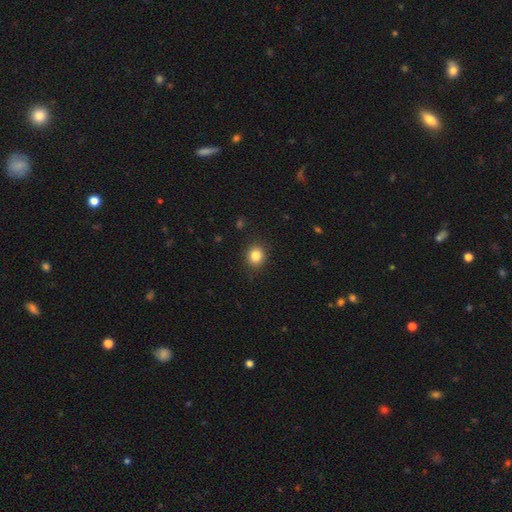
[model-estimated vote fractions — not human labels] Smooth or featured? Predicted: smooth (p=0.84). How rounded? Predicted: round (p=0.74). Merging? Predicted: none (p=0.89).